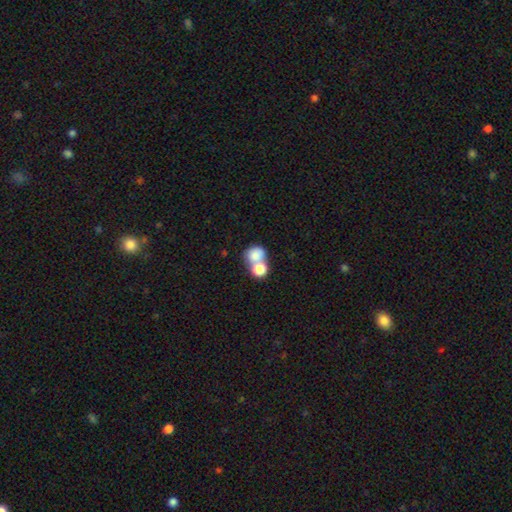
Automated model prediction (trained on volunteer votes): This is likely a smooth galaxy (78%). How rounded: likely round (65%). Merging: possibly merger (60%).